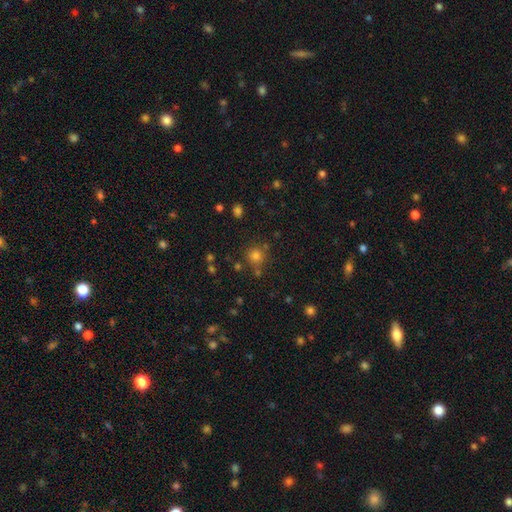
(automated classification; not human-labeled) Overall: smooth (76%). How rounded: round (91%). Merging: none (73%).